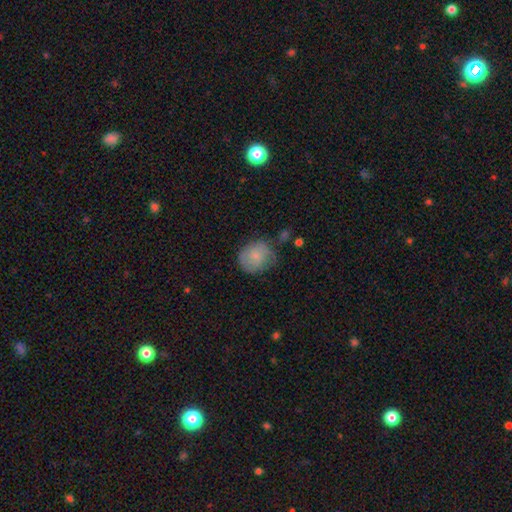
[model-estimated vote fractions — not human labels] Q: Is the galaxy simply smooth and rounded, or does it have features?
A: smooth — 73%.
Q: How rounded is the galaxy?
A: round — 76%.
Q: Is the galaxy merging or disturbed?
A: none — 58%.